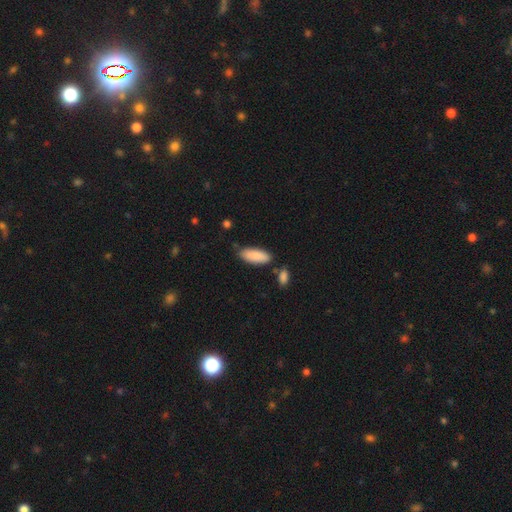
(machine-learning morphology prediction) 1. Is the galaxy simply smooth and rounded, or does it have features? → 89% smooth, 5% featured or disk, 5% star or artifact.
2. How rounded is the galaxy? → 74% in between, 25% cigar-shaped, 2% round.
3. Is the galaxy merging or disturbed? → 77% none, 14% minor disturbance, 7% merger, 3% major disturbance.